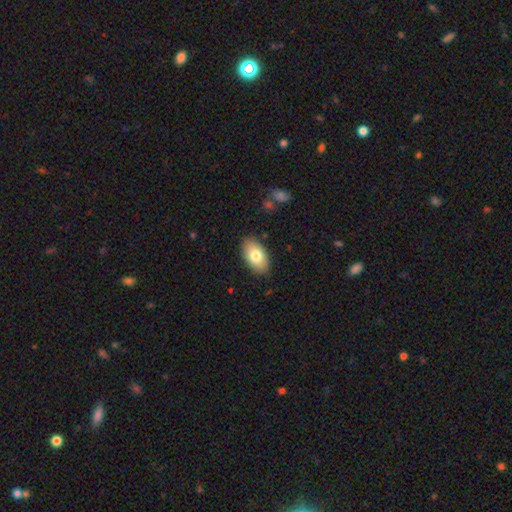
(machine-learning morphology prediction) A smooth galaxy with no disk features (78%) that is in between round and cigar-shaped (94%).

Vote fractions:
- Smooth or featured? smooth: 78% / featured or disk: 15% / star or artifact: 6%
- How rounded? in between: 94% / round: 5% / cigar-shaped: 2%
- Merging? none: 87% / minor disturbance: 10% / major disturbance: 2% / merger: 1%